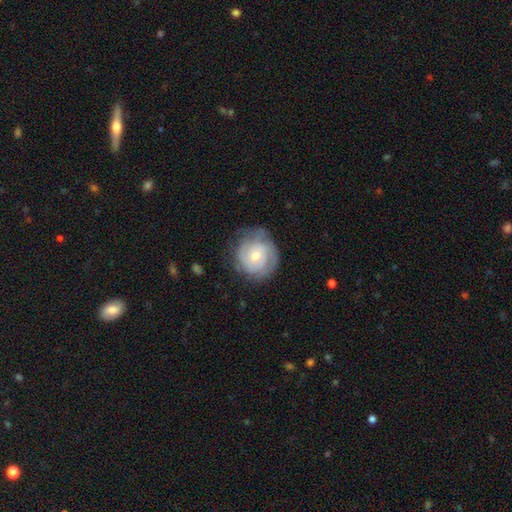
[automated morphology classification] Smooth or featured? featured or disk (63%)
Edge-on disk? no (98%)
Bar? no (73%)
Spiral arms? yes (83%)
Spiral winding? tight (66%)
Spiral arm count? can't tell (43%)
Bulge size? moderate (50%)
Merging? none (68%)